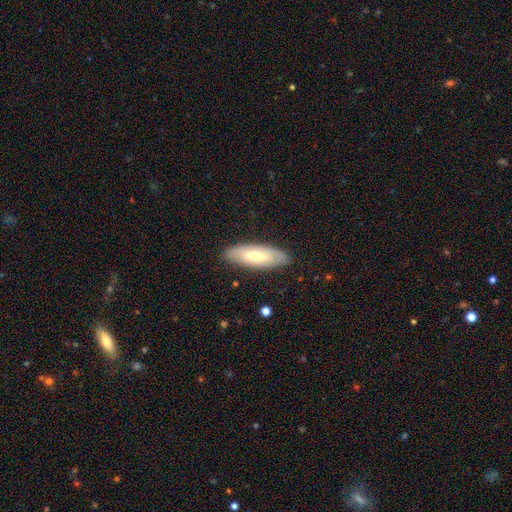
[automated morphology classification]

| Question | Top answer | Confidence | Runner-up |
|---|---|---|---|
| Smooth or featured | smooth | 52% | featured or disk (42%) |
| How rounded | in between | 65% | cigar-shaped (33%) |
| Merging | none | 85% | minor disturbance (11%) |